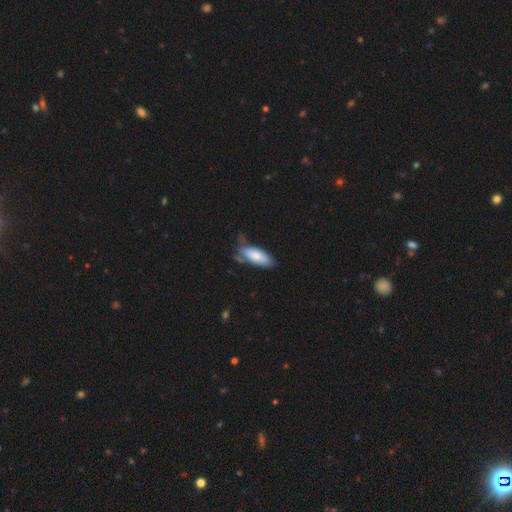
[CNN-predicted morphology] This is likely a smooth galaxy (78%). How rounded: likely in between (75%). Merging: possibly none (50%).